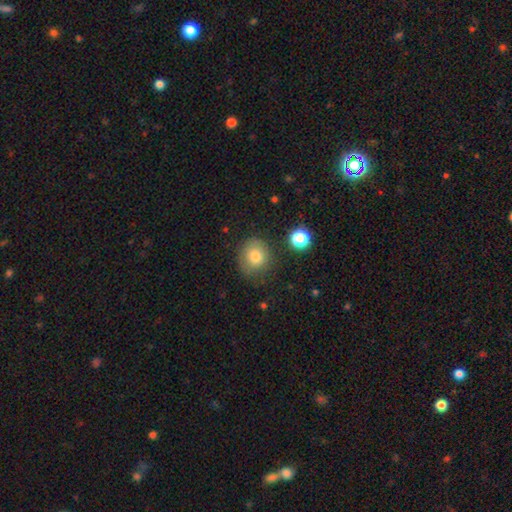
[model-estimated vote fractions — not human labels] A smooth galaxy with no disk features (79%) that is round (82%).

Vote fractions:
- Smooth or featured? smooth: 79% / star or artifact: 11% / featured or disk: 10%
- How rounded? round: 82% / in between: 17% / cigar-shaped: 1%
- Merging? none: 78% / minor disturbance: 15% / major disturbance: 4% / merger: 3%